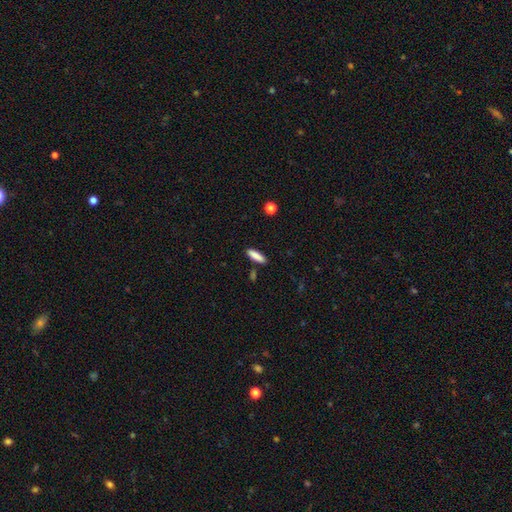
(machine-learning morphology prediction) The model was most divided on "how rounded": cigar-shaped: 62%, in between: 37%, round: 2%. More confident: merging — none (86%); smooth or featured — smooth (85%).